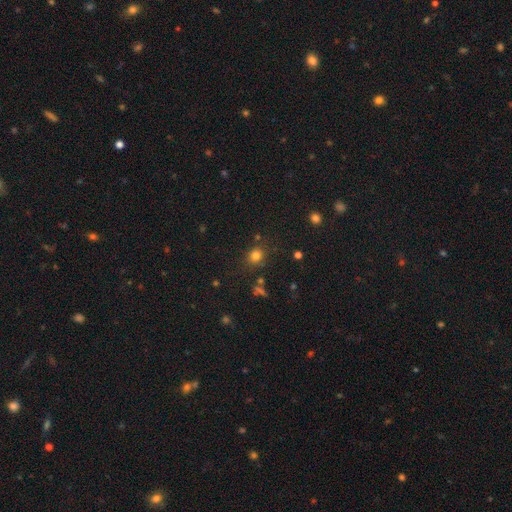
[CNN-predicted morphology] type=smooth (78%); roundness=round (80%); merging=none (80%).